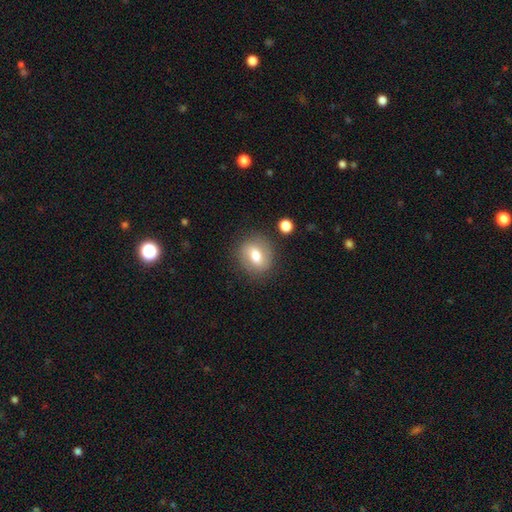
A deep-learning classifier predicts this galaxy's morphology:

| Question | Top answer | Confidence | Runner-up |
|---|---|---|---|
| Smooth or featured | smooth | 68% | featured or disk (24%) |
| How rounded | round | 57% | in between (42%) |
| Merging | none | 80% | minor disturbance (12%) |